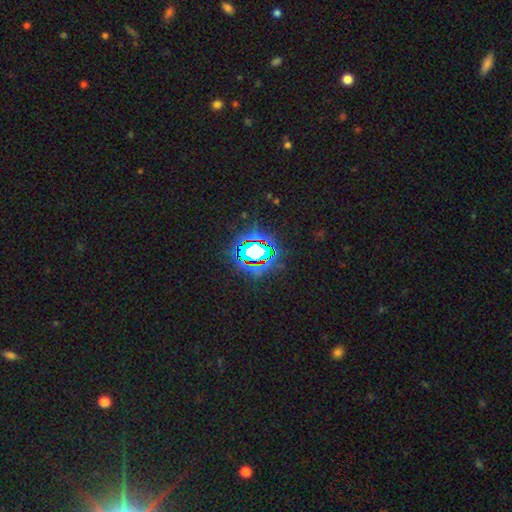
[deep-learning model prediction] Smooth or featured: star or artifact — 73% (smooth — 16%)